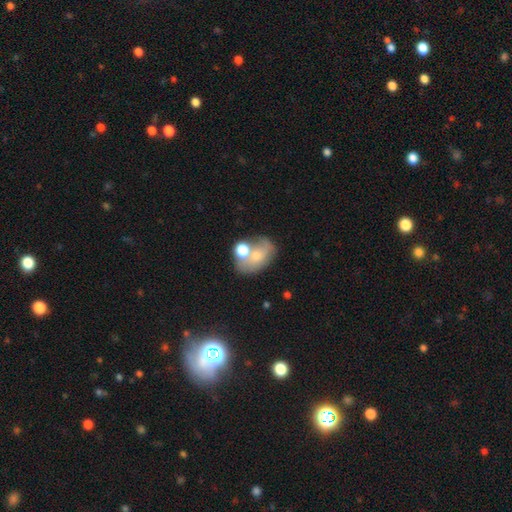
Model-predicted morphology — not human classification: The model was most divided on "merging": merger: 37%, none: 35%, minor disturbance: 17%, major disturbance: 11%. More confident: how rounded — in between (73%); smooth or featured — smooth (59%).